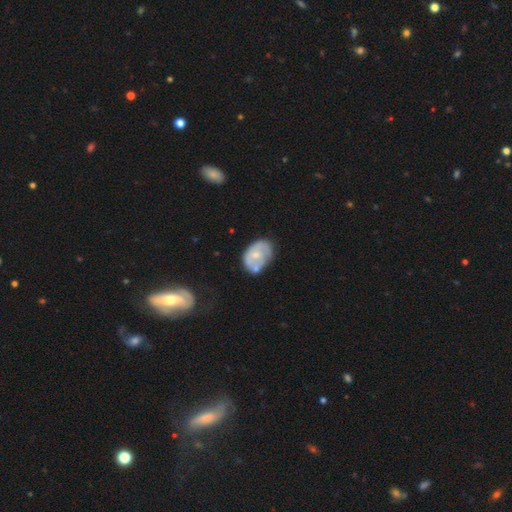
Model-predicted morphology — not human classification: This appears to be a featured or disk galaxy (48%). Merging: none (47%).